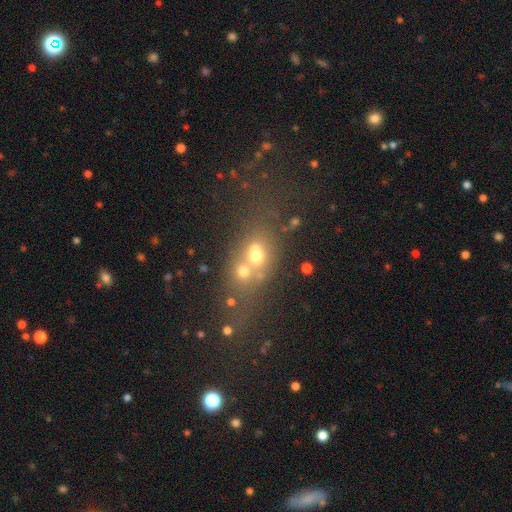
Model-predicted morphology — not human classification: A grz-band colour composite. It shows a smooth galaxy with no disk features (52%) that is in between round and cigar-shaped (53%). Merging: merger (56%).